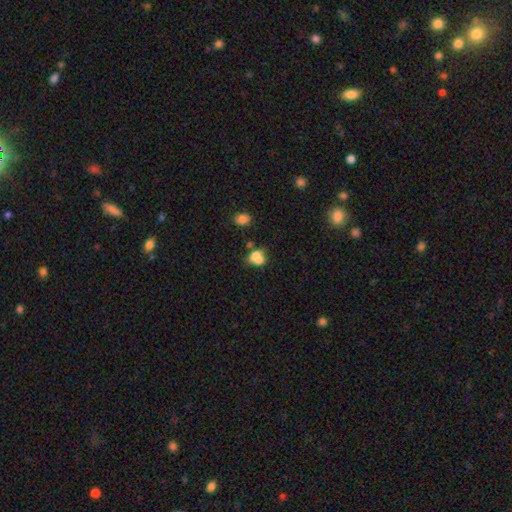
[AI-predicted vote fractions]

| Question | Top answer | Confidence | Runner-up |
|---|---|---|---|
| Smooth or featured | smooth | 71% | featured or disk (17%) |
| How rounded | in between | 65% | round (33%) |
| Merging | merger | 34% | none (33%) |